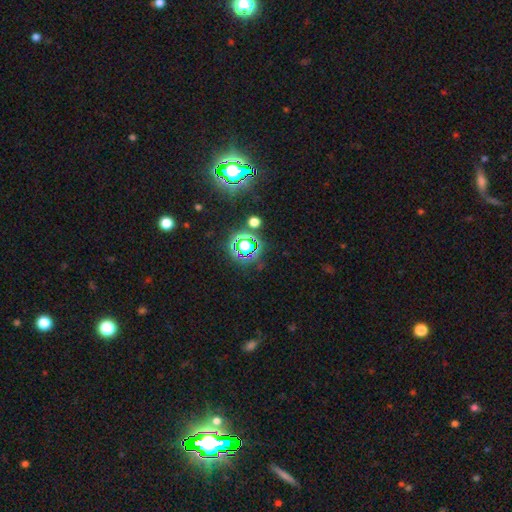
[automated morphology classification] Smooth or featured? Predicted: star or artifact (p=0.80).